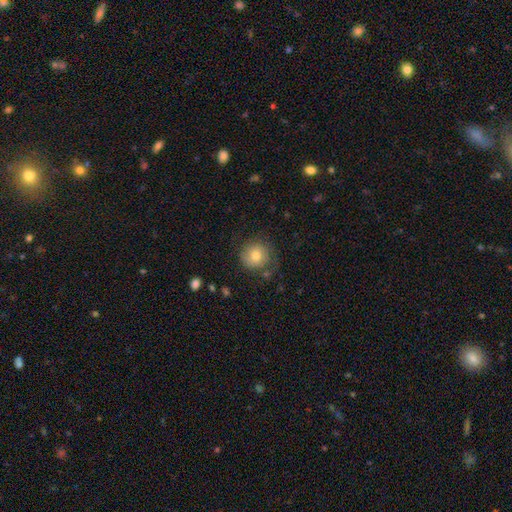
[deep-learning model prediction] smooth_or_featured: smooth (p=0.71) [alt: featured or disk p=0.20]
how_rounded: round (p=0.91) [alt: in between p=0.08]
merging: none (p=0.71) [alt: minor disturbance p=0.18]